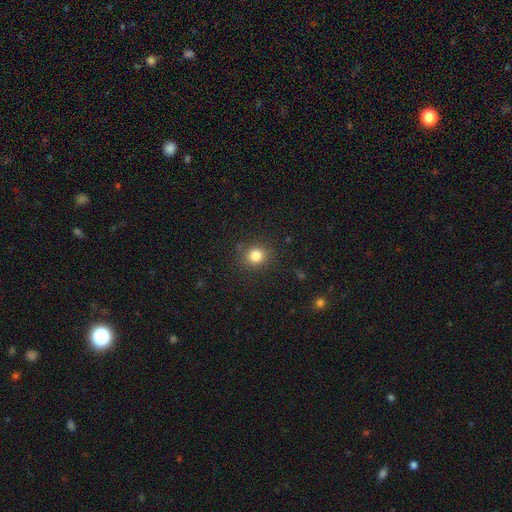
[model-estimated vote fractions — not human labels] Smooth or featured? Predicted: smooth (p=0.83). How rounded? Predicted: round (p=0.82). Merging? Predicted: none (p=0.86).